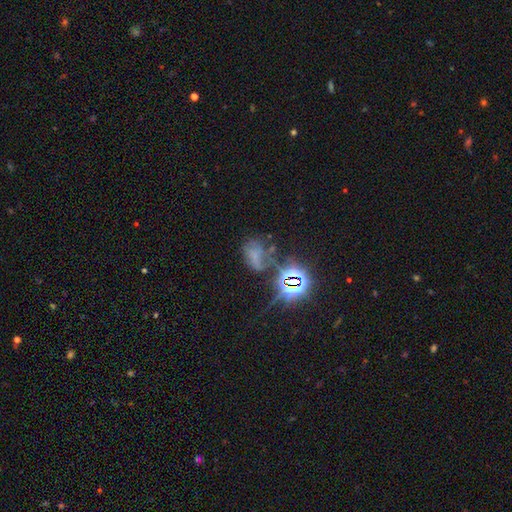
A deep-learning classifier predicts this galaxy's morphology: Smooth or featured: star or artifact — 46% (smooth — 30%)